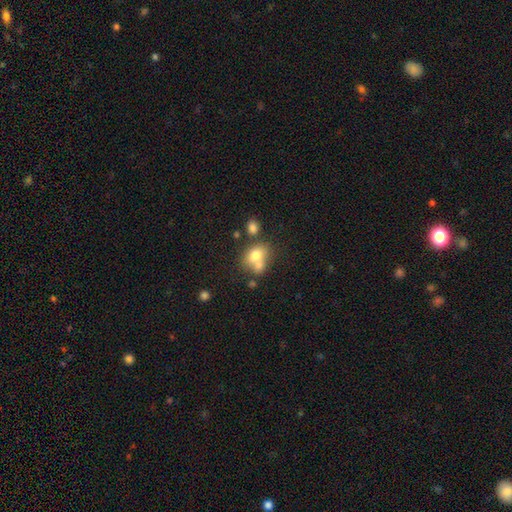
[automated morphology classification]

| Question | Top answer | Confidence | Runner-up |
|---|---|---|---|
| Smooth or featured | smooth | 73% | featured or disk (17%) |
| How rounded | in between | 56% | round (43%) |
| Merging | merger | 46% | none (36%) |